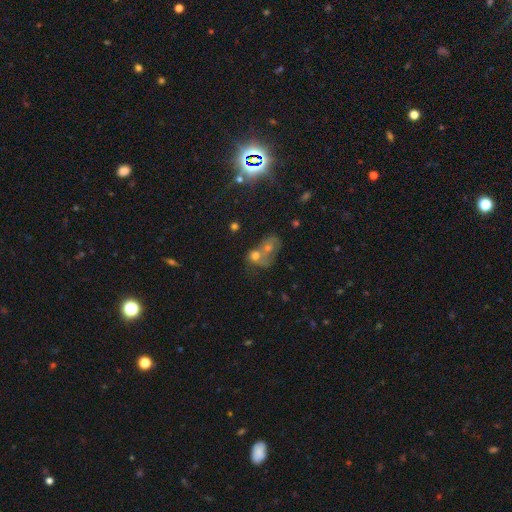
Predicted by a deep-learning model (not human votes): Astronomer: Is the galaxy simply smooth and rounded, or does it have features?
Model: smooth — 58%.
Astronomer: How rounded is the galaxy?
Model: round — 51% (runner-up: in between, 48%).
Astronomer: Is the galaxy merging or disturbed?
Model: merger — 71%.